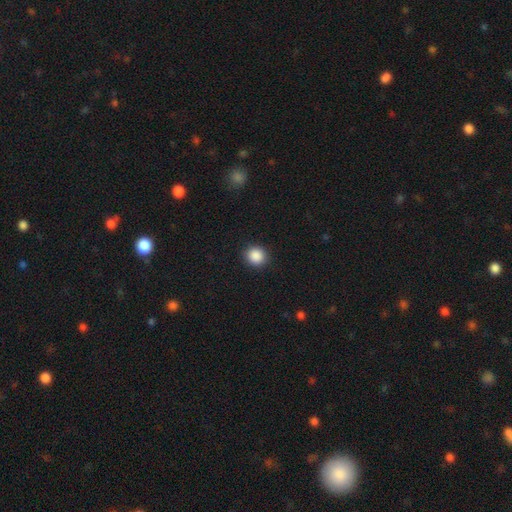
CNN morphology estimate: smooth_or_featured: smooth (p=0.88) [alt: star or artifact p=0.09]
how_rounded: round (p=0.87) [alt: in between p=0.12]
merging: none (p=0.91) [alt: minor disturbance p=0.06]